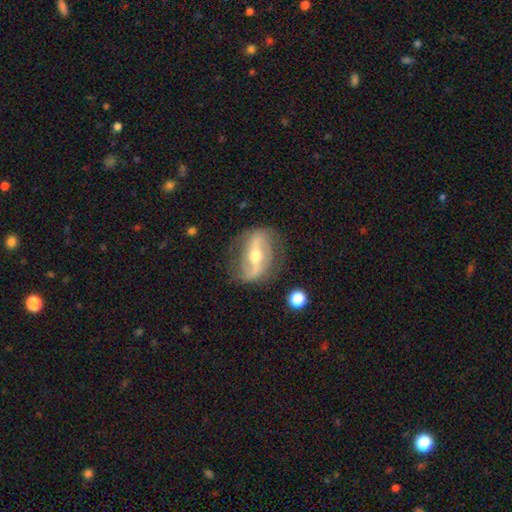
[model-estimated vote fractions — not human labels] This appears to be a featured or disk galaxy (81%) with a strong bar (57%), 2 (86%) loose (52%) spiral arms (82%) and a moderate central bulge (68%). Merging: none (75%).